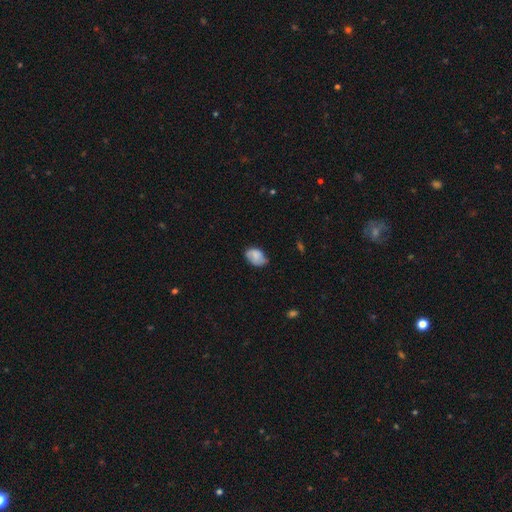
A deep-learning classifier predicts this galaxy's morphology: Smooth or featured: smooth — 74% (featured or disk — 18%)
How rounded: in between — 84% (round — 15%)
Merging: none — 61% (minor disturbance — 31%)